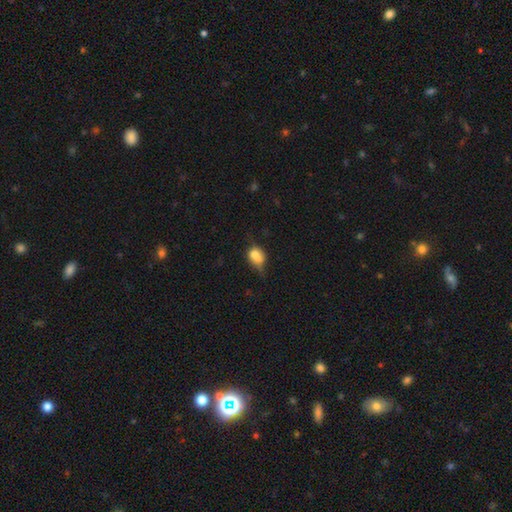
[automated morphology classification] The model was most divided on "merging": none: 32%, merger: 30%, minor disturbance: 25%, major disturbance: 13%. More confident: smooth or featured — smooth (68%); how rounded — in between (56%).